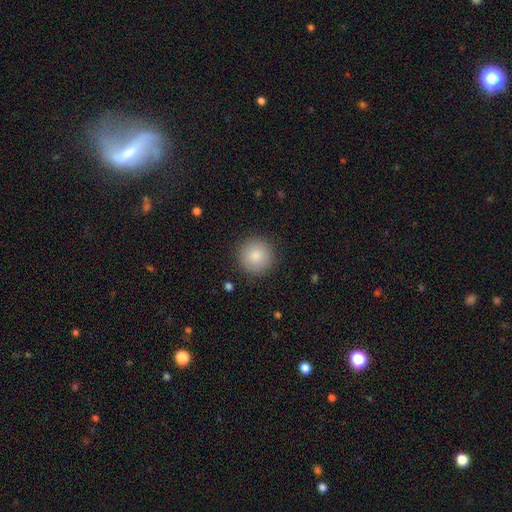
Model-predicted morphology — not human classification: smooth-or-featured: smooth: 85% | star or artifact: 8% | featured or disk: 6%
  how-rounded: round: 96% | in between: 3% | cigar-shaped: 1%
  merging: none: 90% | minor disturbance: 7% | major disturbance: 2% | merger: 1%